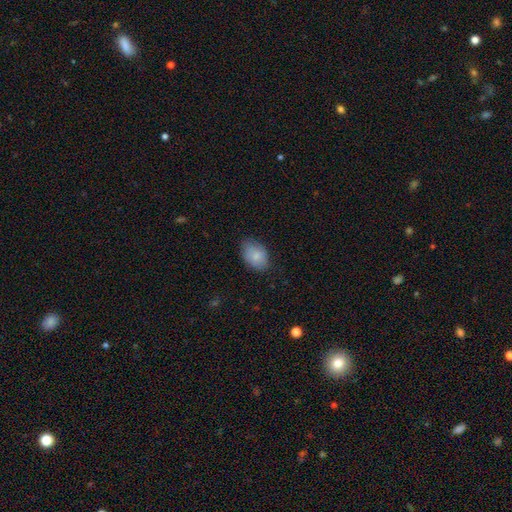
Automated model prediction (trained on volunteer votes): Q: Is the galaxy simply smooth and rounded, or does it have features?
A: smooth — 85%.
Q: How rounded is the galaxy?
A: in between — 86%.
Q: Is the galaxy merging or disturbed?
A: none — 72%.